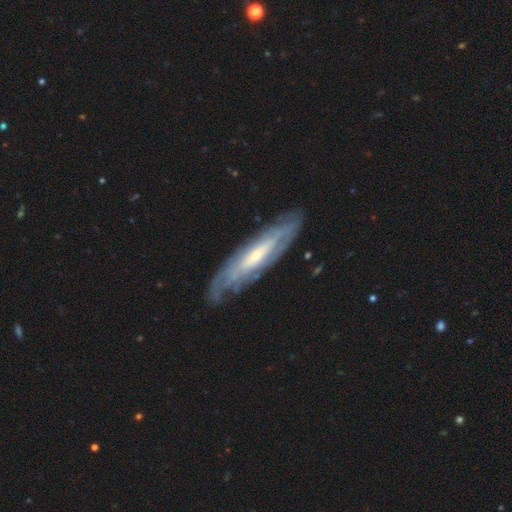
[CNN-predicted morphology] Smooth or featured? Predicted: featured or disk (p=0.77). Edge-on disk? Predicted: no (p=0.65). Merging? Predicted: none (p=0.78).